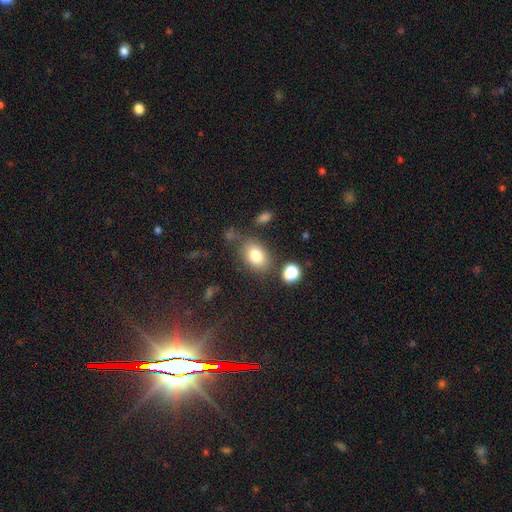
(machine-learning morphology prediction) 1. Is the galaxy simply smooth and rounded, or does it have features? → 81% smooth, 10% featured or disk, 9% star or artifact.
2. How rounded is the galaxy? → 79% in between, 20% round, 1% cigar-shaped.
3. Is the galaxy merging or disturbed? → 72% none, 15% minor disturbance, 7% merger, 6% major disturbance.